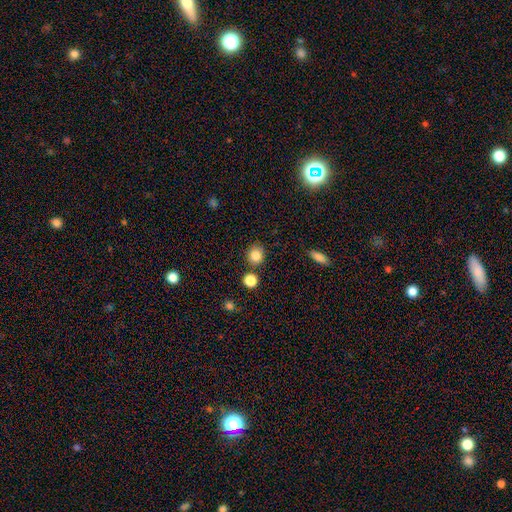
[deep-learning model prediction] This is clearly a smooth galaxy (84%). How rounded: clearly round (82%). Merging: clearly none (81%).